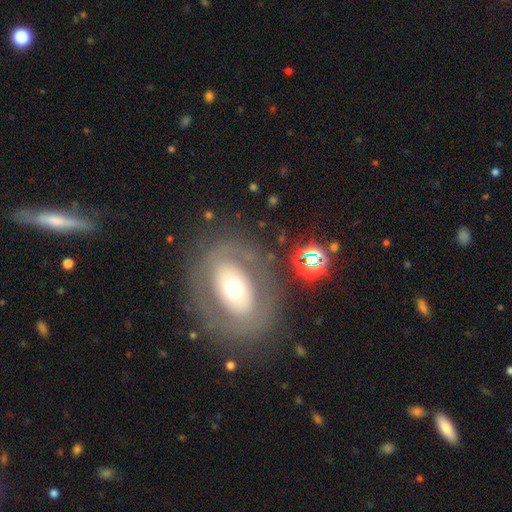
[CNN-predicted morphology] A featured or disk galaxy (61%) with no bar (62%), no spiral arms (65%) and a moderate central bulge (60%).

Vote fractions:
- Smooth or featured? featured or disk: 61% / smooth: 31% / star or artifact: 8%
- Edge-on disk? no: 92% / yes: 8%
- Bar? no: 62% / weak: 22% / strong: 16%
- Spiral arms? no: 65% / yes: 35%
- Bulge size? moderate: 60% / small: 22% / large: 14% / dominant: 2% / none: 1%
- Merging? none: 78% / minor disturbance: 12% / major disturbance: 8% / merger: 3%